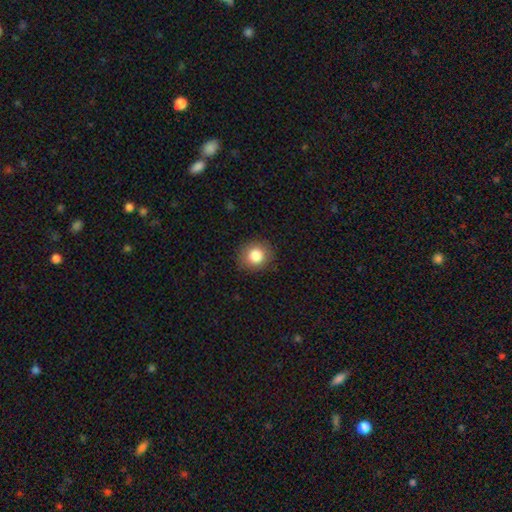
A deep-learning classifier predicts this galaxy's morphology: A smooth galaxy with no disk features (84%) that is round (89%).

Vote fractions:
- Smooth or featured? smooth: 84% / star or artifact: 10% / featured or disk: 7%
- How rounded? round: 89% / in between: 10% / cigar-shaped: 1%
- Merging? none: 88% / minor disturbance: 9% / major disturbance: 3% / merger: 1%